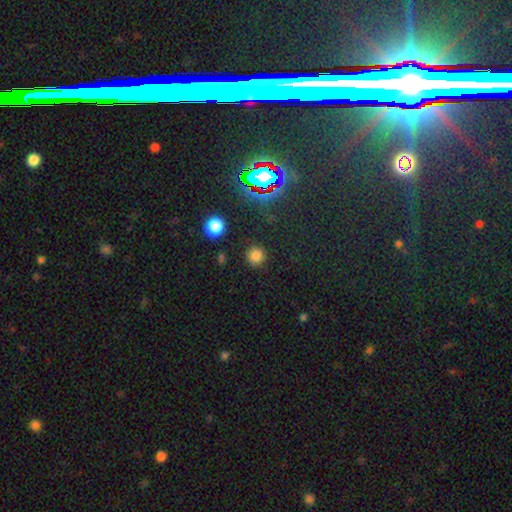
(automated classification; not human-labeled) Smooth or featured: smooth — 78% (star or artifact — 17%)
How rounded: round — 93% (in between — 6%)
Merging: none — 89% (minor disturbance — 6%)